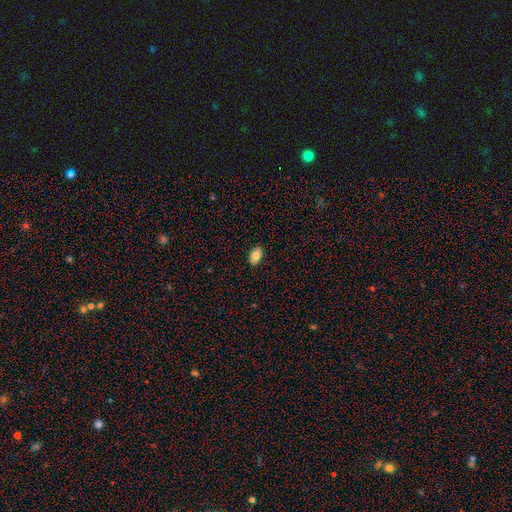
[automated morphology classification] Smooth or featured?
  - smooth: 82% *
  - featured or disk: 11%
  - star or artifact: 7%
How rounded?
  - in between: 92% *
  - round: 7%
  - cigar-shaped: 2%
Merging?
  - none: 90% *
  - minor disturbance: 8%
  - major disturbance: 2%
  - merger: 1%